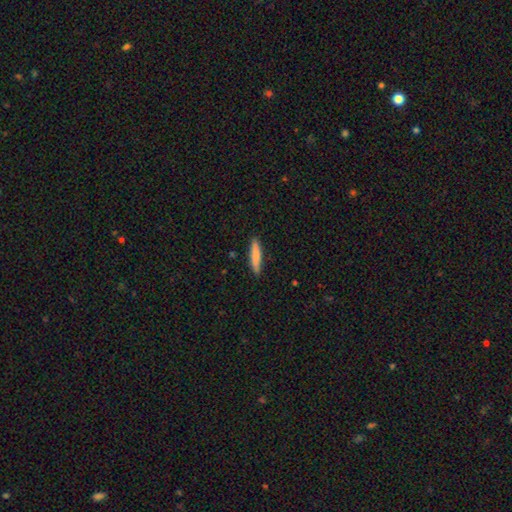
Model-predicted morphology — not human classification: smooth-or-featured: smooth: 79% | featured or disk: 15% | star or artifact: 5%
  how-rounded: cigar-shaped: 88% | in between: 10% | round: 1%
  merging: none: 89% | minor disturbance: 8% | major disturbance: 2% | merger: 1%